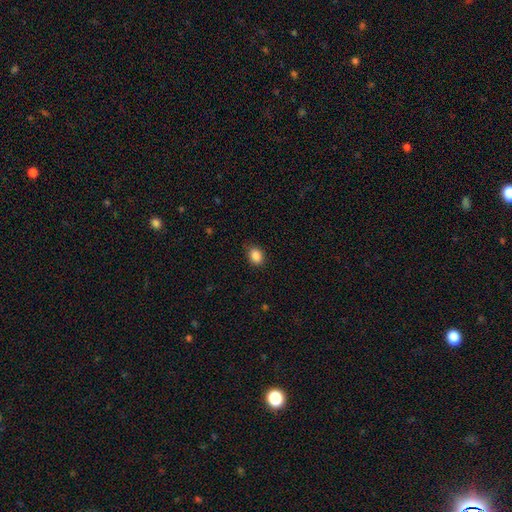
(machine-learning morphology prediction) Overall: smooth (88%). How rounded: in between (63%; round 36%). Merging: none (82%).